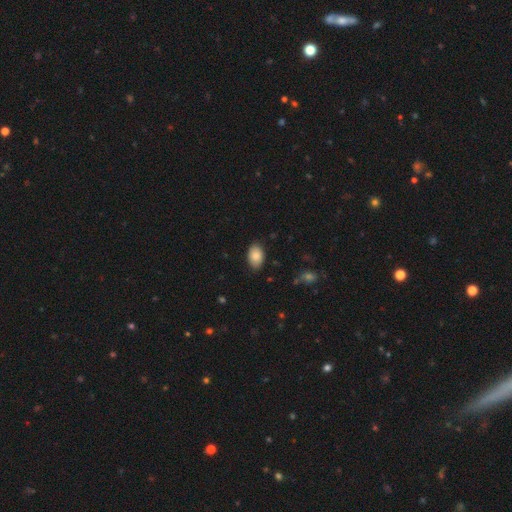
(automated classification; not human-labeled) Overall: smooth (86%). How rounded: in between (91%). Merging: none (85%).